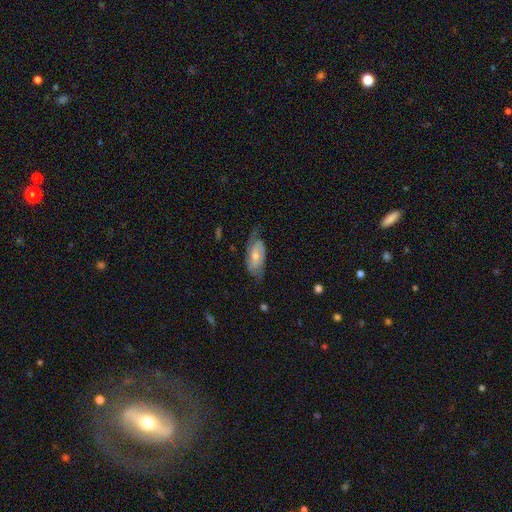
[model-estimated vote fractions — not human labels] Smooth or featured? featured or disk (59%)
Edge-on disk? no (92%)
Bar? no (57%)
Spiral arms? yes (86%)
Bulge size? moderate (49%)
Merging? none (60%)